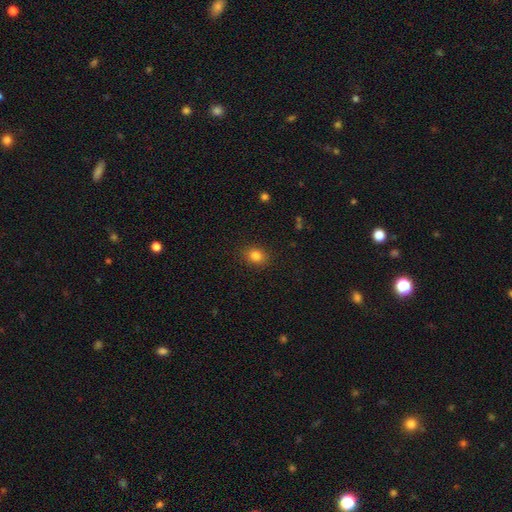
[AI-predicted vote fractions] This is clearly a smooth galaxy (83%). How rounded: possibly in between (51%). Merging: clearly none (88%).